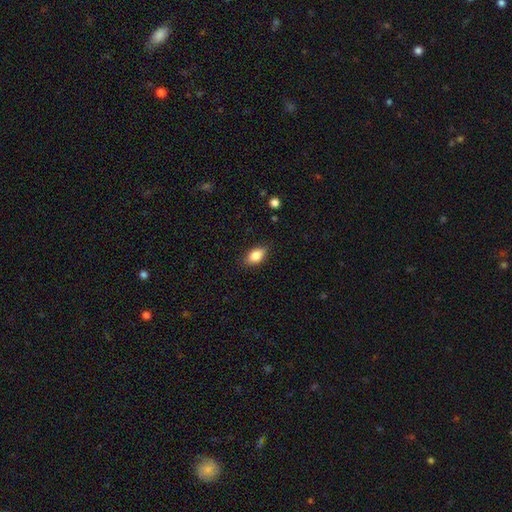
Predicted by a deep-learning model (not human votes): smooth_or_featured: smooth (p=0.83) [alt: featured or disk p=0.09]
how_rounded: in between (p=0.88) [alt: round p=0.07]
merging: none (p=0.83) [alt: minor disturbance p=0.13]